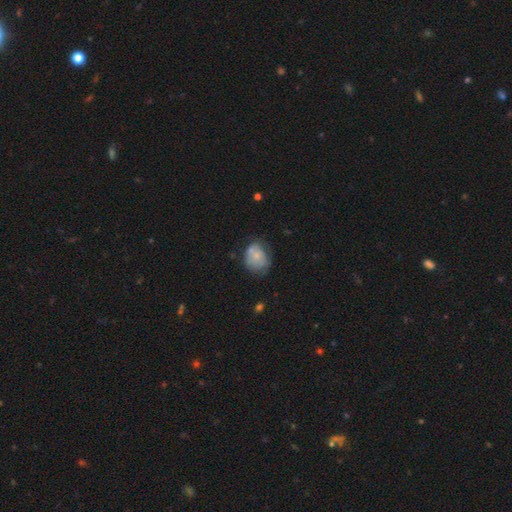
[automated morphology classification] Q: Smooth or featured?
A: smooth (63%); runner-up: featured or disk (29%)
Q: How rounded?
A: round (54%); runner-up: in between (45%)
Q: Merging?
A: none (46%); runner-up: minor disturbance (31%)